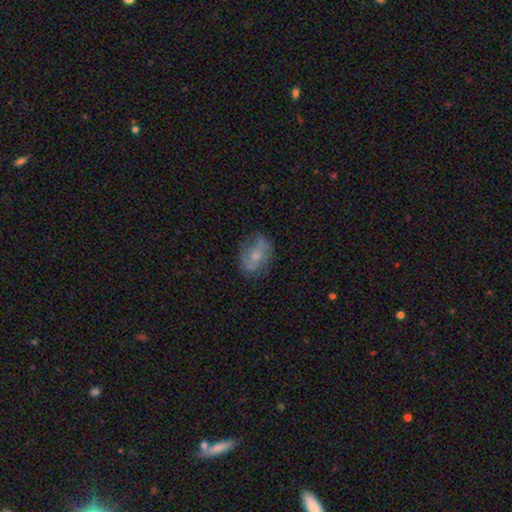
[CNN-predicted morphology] type=smooth (47%); merging=none (69%).